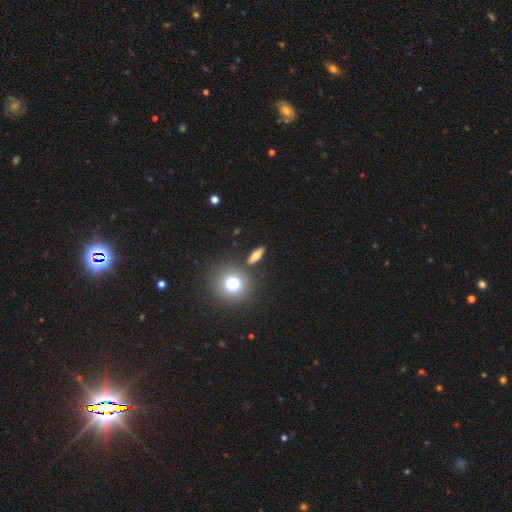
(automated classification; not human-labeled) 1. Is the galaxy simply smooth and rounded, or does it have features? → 67% smooth, 20% featured or disk, 13% star or artifact.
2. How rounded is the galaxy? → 35% in between (tied), 35% cigar-shaped (tied), 31% round.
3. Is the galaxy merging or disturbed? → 84% none, 8% minor disturbance, 5% merger, 3% major disturbance.